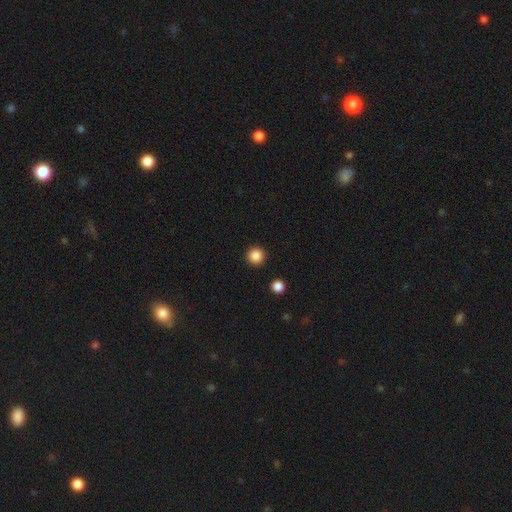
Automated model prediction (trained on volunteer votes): This appears to be a smooth galaxy with no disk features (87%) that is round (96%). Merging: none (93%).